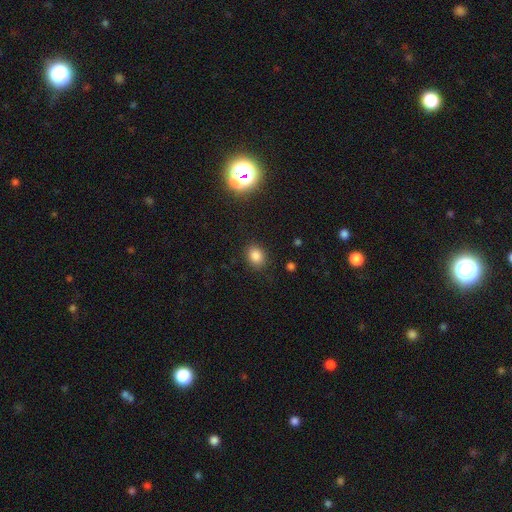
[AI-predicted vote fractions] Smooth or featured?
  - smooth: 83% *
  - star or artifact: 13%
  - featured or disk: 5%
How rounded?
  - round: 51% *
  - in between: 48%
  - cigar-shaped: 1%
Merging?
  - none: 87% *
  - minor disturbance: 9%
  - major disturbance: 3%
  - merger: 1%